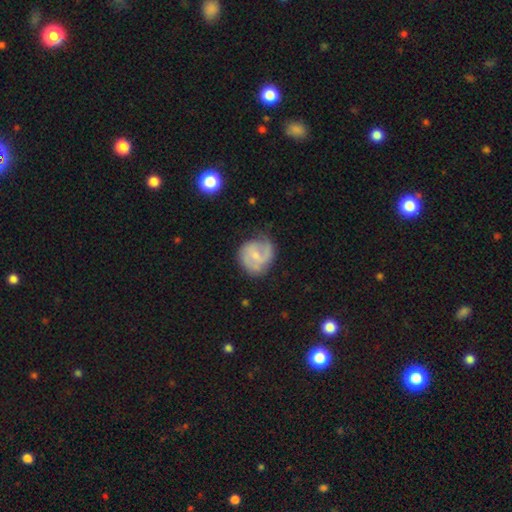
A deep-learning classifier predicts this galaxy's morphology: smooth_or_featured: featured or disk (p=0.64) [alt: smooth p=0.29]
disk_edge_on: no (p=0.98) [alt: yes p=0.02]
bar: weak (p=0.51) [alt: no p=0.39]
has_spiral_arms: yes (p=0.86) [alt: no p=0.14]
spiral_winding: medium (p=0.44) [alt: tight p=0.33]
spiral_arm_count: 2 (p=0.59) [alt: can't tell p=0.18]
bulge_size: small (p=0.57) [alt: moderate p=0.28]
merging: none (p=0.61) [alt: minor disturbance p=0.25]